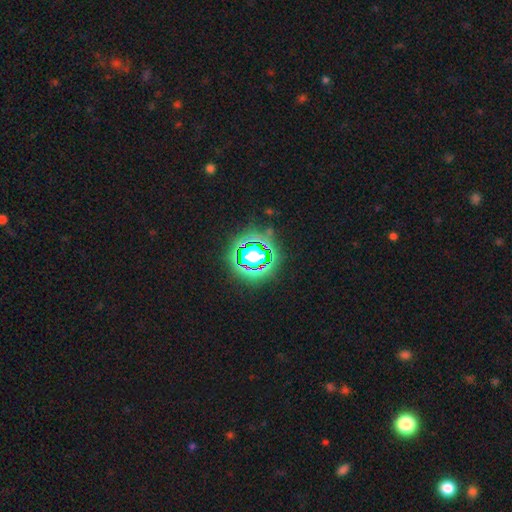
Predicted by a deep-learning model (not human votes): Smooth or featured: star or artifact — 82% (smooth — 12%)